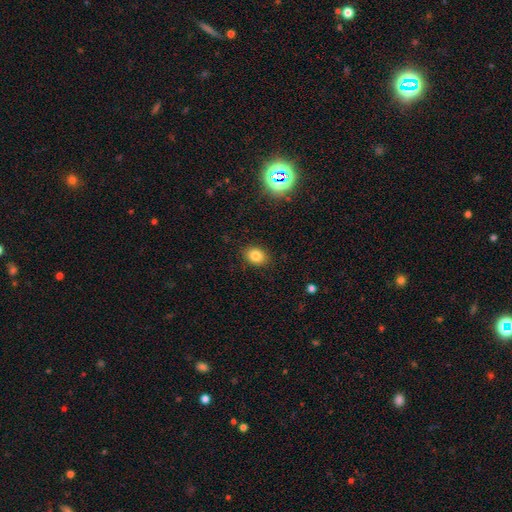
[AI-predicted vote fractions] Overall: smooth (82%). How rounded: in between (59%; round 40%). Merging: none (88%).